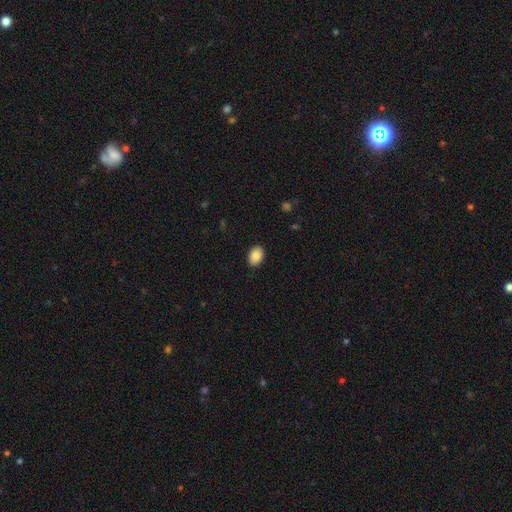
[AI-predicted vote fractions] Smooth or featured?
  - smooth: 88% *
  - star or artifact: 7%
  - featured or disk: 5%
How rounded?
  - in between: 83% *
  - round: 16%
  - cigar-shaped: 1%
Merging?
  - none: 89% *
  - minor disturbance: 8%
  - major disturbance: 2%
  - merger: 1%